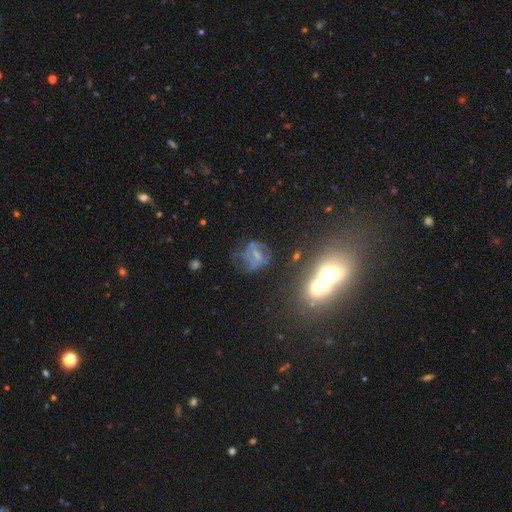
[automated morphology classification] Smooth or featured? Predicted: featured or disk (p=0.58). Edge-on disk? Predicted: no (p=0.97). Bar? Predicted: weak (p=0.42). Spiral arms? Predicted: yes (p=0.65). Bulge size? Predicted: small (p=0.34). Merging? Predicted: none (p=0.52).